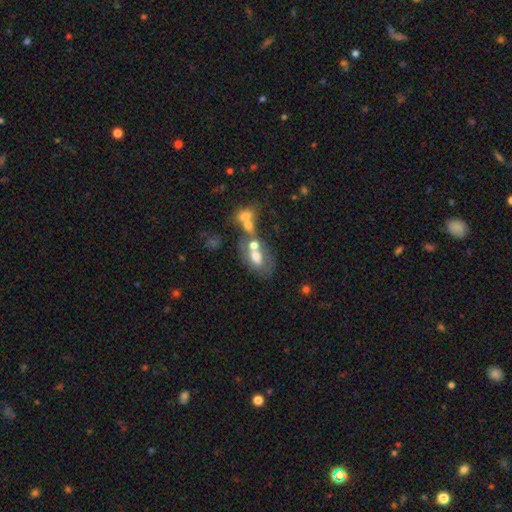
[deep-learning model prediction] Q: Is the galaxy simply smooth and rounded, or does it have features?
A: smooth — 51%.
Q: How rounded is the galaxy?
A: in between — 81%.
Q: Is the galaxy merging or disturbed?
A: merger — 54%.